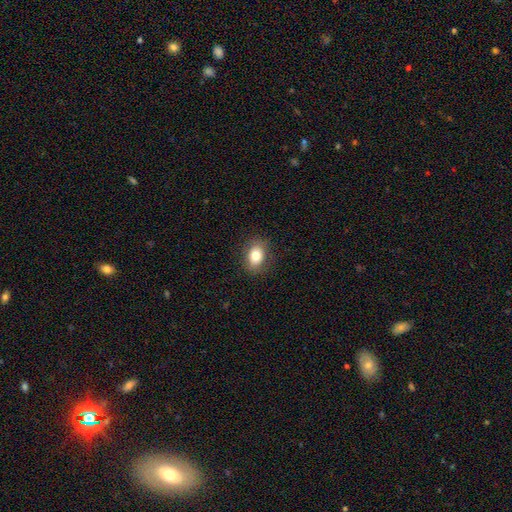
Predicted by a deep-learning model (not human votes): A smooth galaxy with no disk features (79%) that is in between round and cigar-shaped (72%). Merging: none (86%).